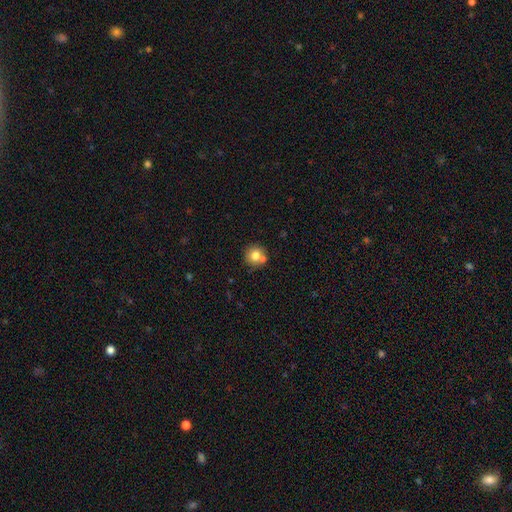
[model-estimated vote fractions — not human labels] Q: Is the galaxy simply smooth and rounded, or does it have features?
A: smooth — 77%.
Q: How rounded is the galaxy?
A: round — 91%.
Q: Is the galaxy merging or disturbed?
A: none — 66%.